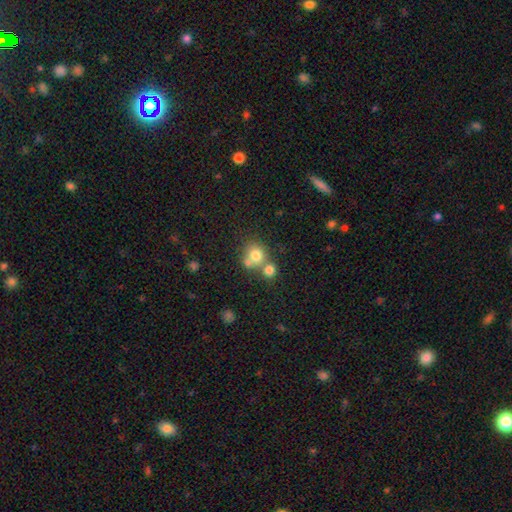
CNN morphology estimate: A smooth galaxy with no disk features (75%) that is round (78%). Merging: merger (47%).